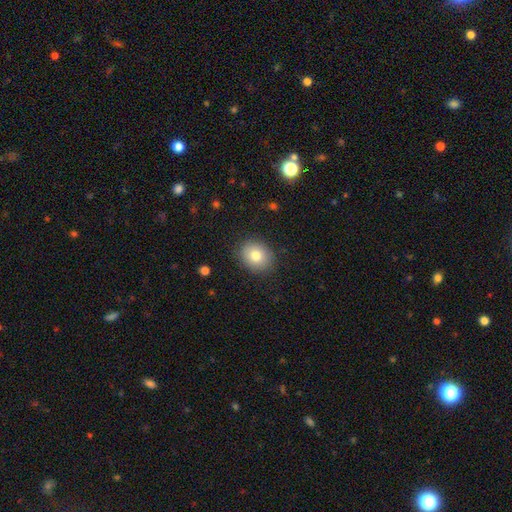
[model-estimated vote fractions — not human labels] Morphology: type=smooth (79%); roundness=round (61%); merging=none (87%).